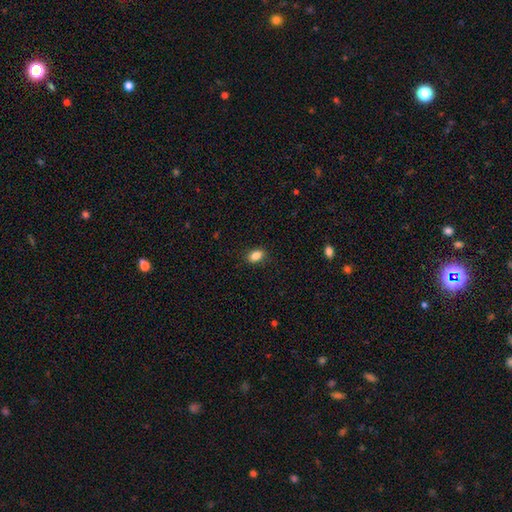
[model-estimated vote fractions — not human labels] smooth_or_featured: smooth (p=0.86) [alt: star or artifact p=0.09]
how_rounded: in between (p=0.85) [alt: round p=0.13]
merging: none (p=0.88) [alt: minor disturbance p=0.09]